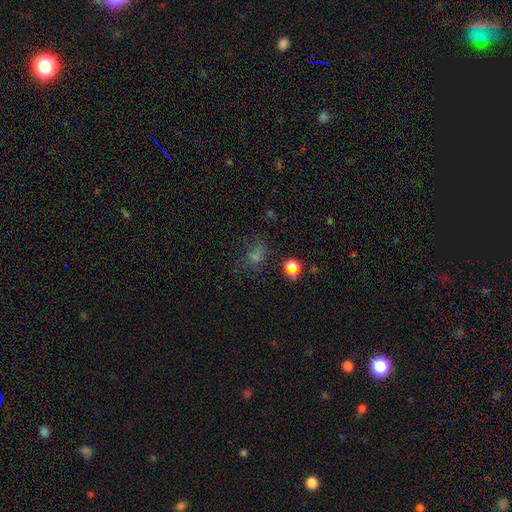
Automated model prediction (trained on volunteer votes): Morphology: type=smooth (51%); roundness=in between (59%); merging=none (61%).